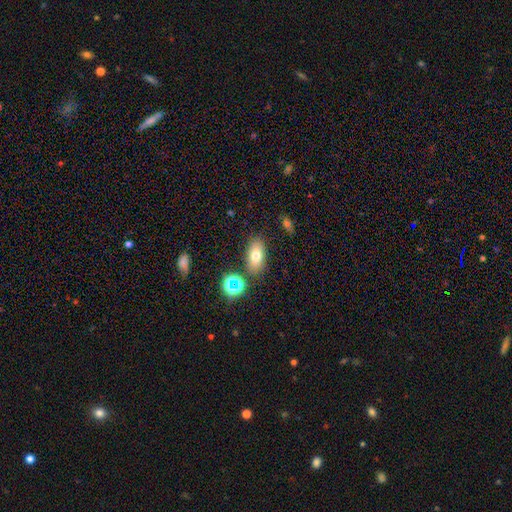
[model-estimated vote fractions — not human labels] Smooth or featured? Predicted: smooth (p=0.71). How rounded? Predicted: in between (p=0.85). Merging? Predicted: none (p=0.81).